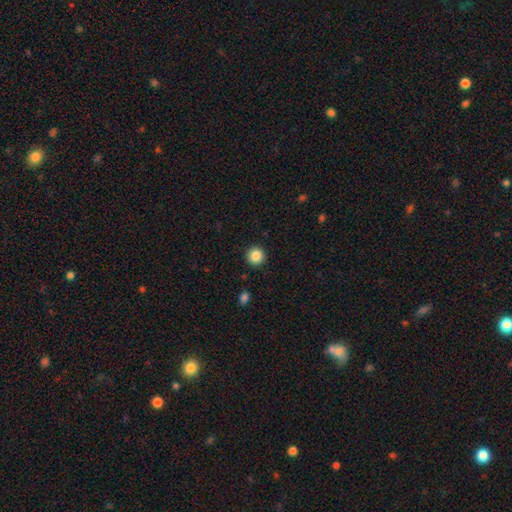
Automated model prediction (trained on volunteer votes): Smooth or featured?
  - smooth: 86% *
  - star or artifact: 10%
  - featured or disk: 5%
How rounded?
  - round: 95% *
  - in between: 4%
  - cigar-shaped: 1%
Merging?
  - none: 92% *
  - minor disturbance: 5%
  - major disturbance: 2%
  - merger: 1%